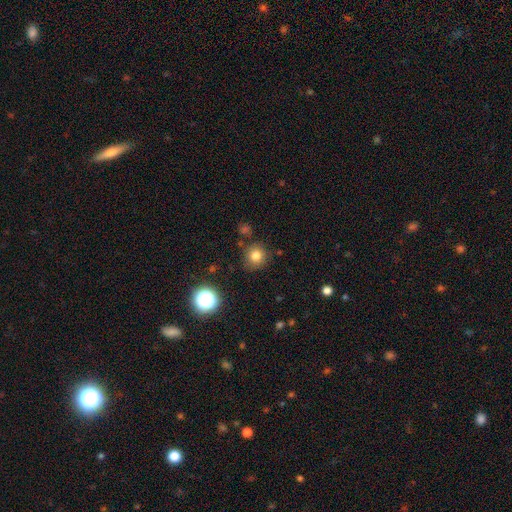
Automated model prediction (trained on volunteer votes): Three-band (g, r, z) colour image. It shows a smooth galaxy with no disk features (79%) that is round (90%). Merging: none (84%).